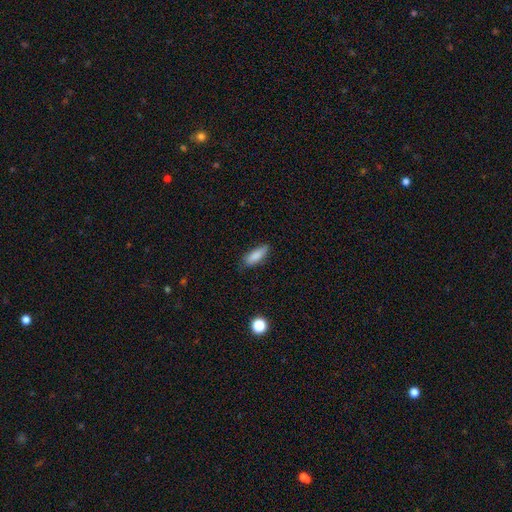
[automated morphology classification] smooth 85%, star or artifact 7%, featured or disk 7%. Down the decision tree: how rounded — in between (67%); merging — none (76%).